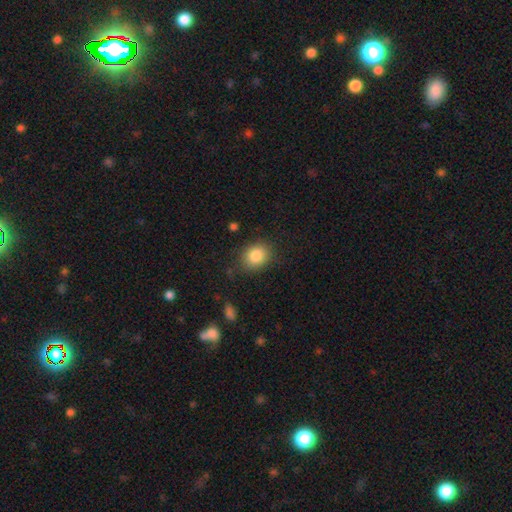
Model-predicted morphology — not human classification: smooth_or_featured: smooth (p=0.85) [alt: star or artifact p=0.09]
how_rounded: round (p=0.54) [alt: in between p=0.45]
merging: none (p=0.82) [alt: minor disturbance p=0.13]